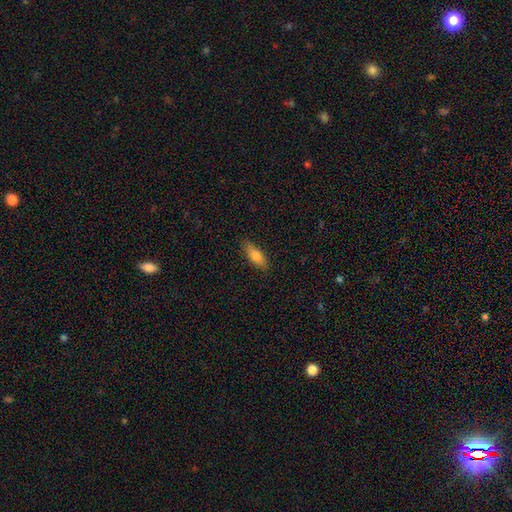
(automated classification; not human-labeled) This appears to be a smooth galaxy with no disk features (78%) that is in between round and cigar-shaped (60%). Merging: none (85%).